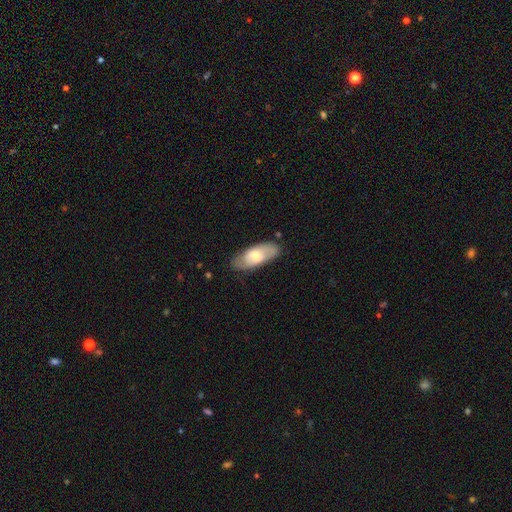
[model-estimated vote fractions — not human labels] This is possibly a smooth galaxy (58%). How rounded: clearly in between (83%). Merging: likely none (76%).